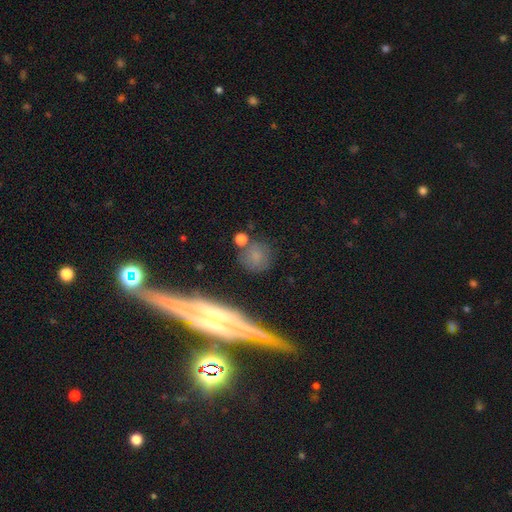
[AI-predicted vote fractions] Smooth or featured? Predicted: smooth (p=0.69). How rounded? Predicted: round (p=0.83). Merging? Predicted: none (p=0.72).